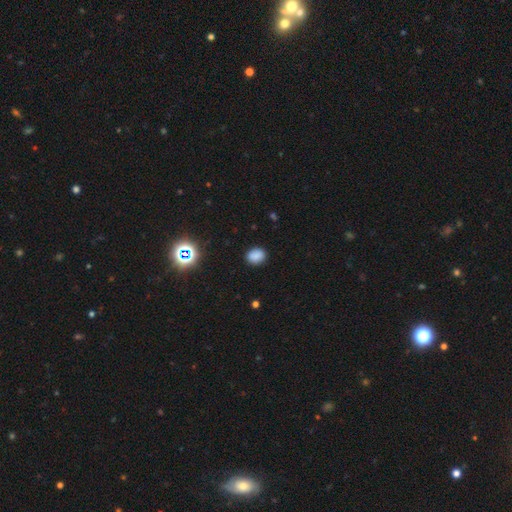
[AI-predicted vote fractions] The model was most divided on "how rounded": round: 51%, in between: 47%, cigar-shaped: 1%. More confident: merging — none (87%); smooth or featured — smooth (82%).